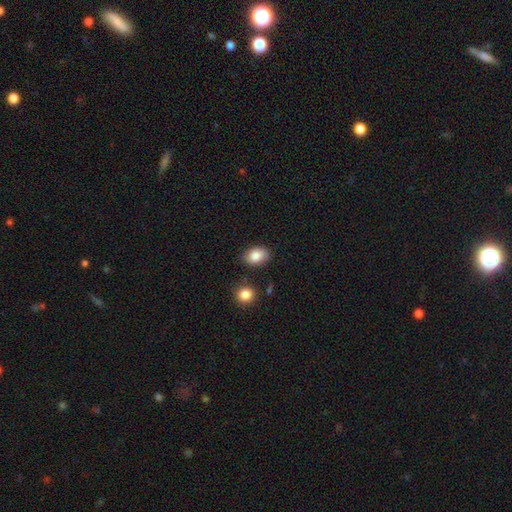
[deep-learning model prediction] A smooth galaxy with no disk features (85%) that is in between round and cigar-shaped (83%). Merging: none (82%).